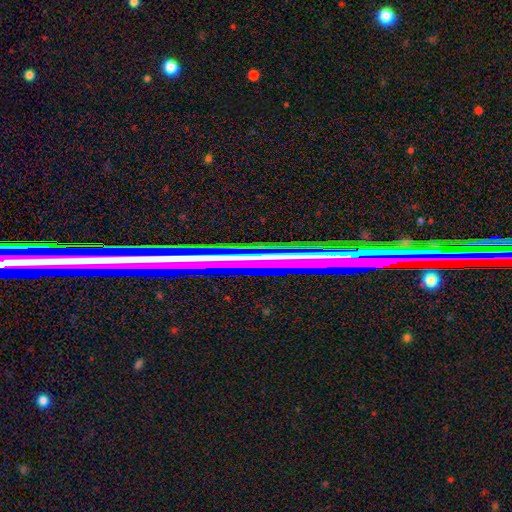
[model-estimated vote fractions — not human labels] smooth_or_featured: star or artifact (p=0.43) [alt: featured or disk p=0.40]